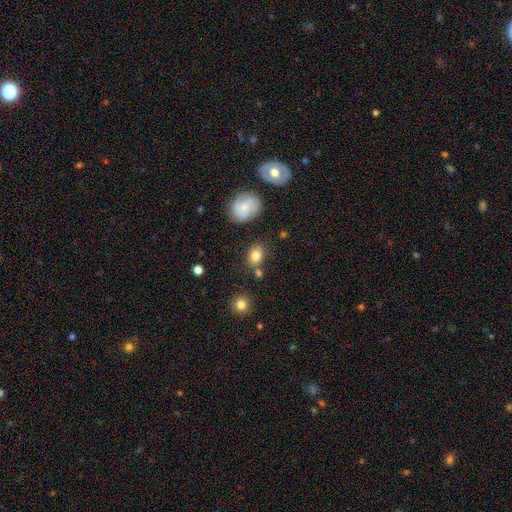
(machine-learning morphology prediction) Smooth or featured? Predicted: smooth (p=0.81). How rounded? Predicted: in between (p=0.58). Merging? Predicted: none (p=0.72).